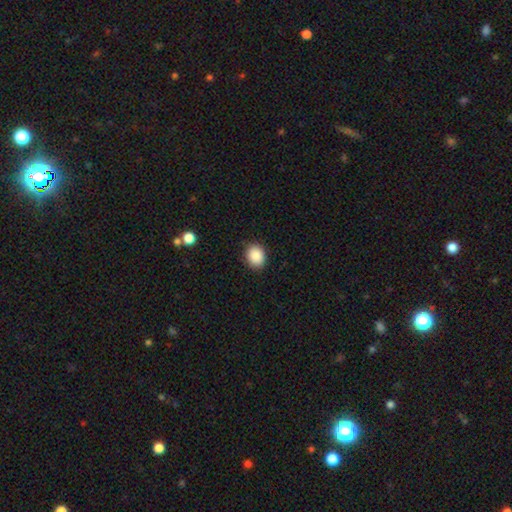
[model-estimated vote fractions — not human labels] A smooth galaxy with no disk features (88%) that is round (57%).

Vote fractions:
- Smooth or featured? smooth: 88% / star or artifact: 8% / featured or disk: 3%
- How rounded? round: 57% / in between: 42% / cigar-shaped: 1%
- Merging? none: 89% / minor disturbance: 8% / major disturbance: 2% / merger: 1%